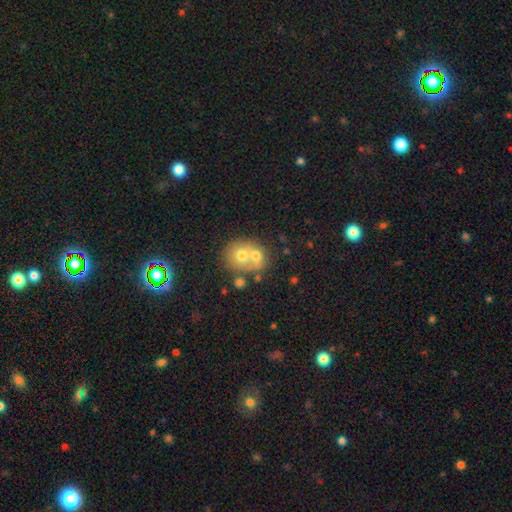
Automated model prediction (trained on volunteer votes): smooth-or-featured: smooth: 63% | featured or disk: 26% | star or artifact: 10%
  how-rounded: round: 69% | in between: 30% | cigar-shaped: 1%
  merging: merger: 64% | none: 26% | minor disturbance: 7% | major disturbance: 3%